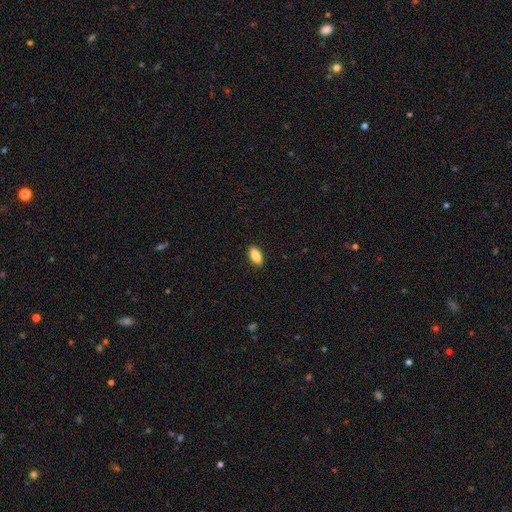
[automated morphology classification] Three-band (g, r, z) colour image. It shows a smooth galaxy with no disk features (87%) that is in between round and cigar-shaped (86%). Merging: none (90%).